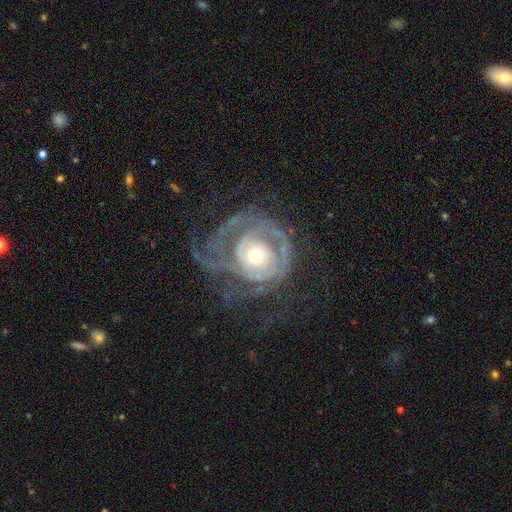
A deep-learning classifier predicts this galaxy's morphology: Smooth or featured: featured or disk — 83% (smooth — 11%)
Edge-on disk: no — 97% (yes — 3%)
Bar: no — 81% (weak — 14%)
Spiral arms: yes — 85% (no — 15%)
Spiral winding: tight — 63% (medium — 25%)
Spiral arm count: can't tell — 38% (2 — 22%)
Bulge size: moderate — 54% (small — 36%)
Merging: none — 44% (major disturbance — 37%)